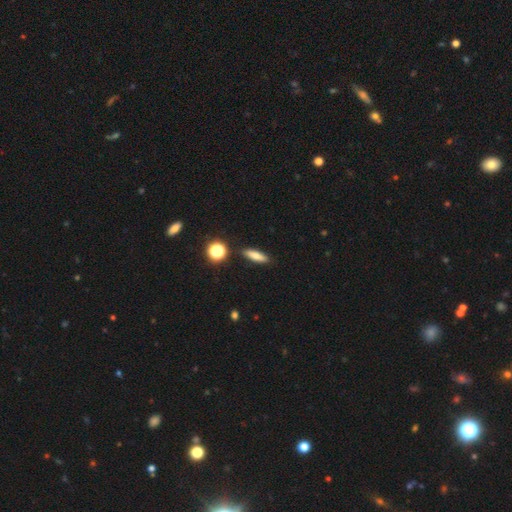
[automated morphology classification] Smooth or featured? Predicted: smooth (p=0.74). How rounded? Predicted: cigar-shaped (p=0.60). Merging? Predicted: none (p=0.88).